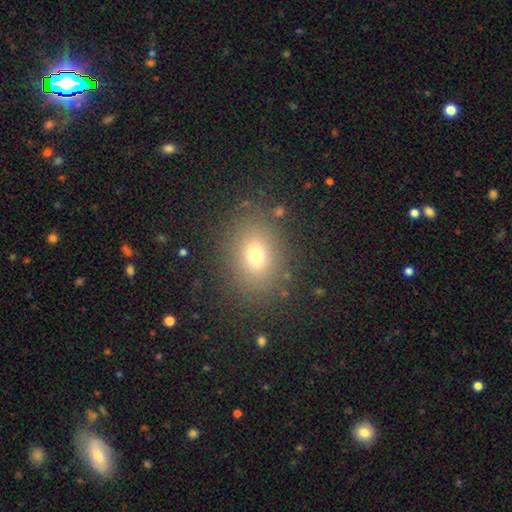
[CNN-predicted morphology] The model was most divided on "how rounded": in between: 52%, round: 47%, cigar-shaped: 1%. More confident: merging — none (85%); smooth or featured — smooth (71%).